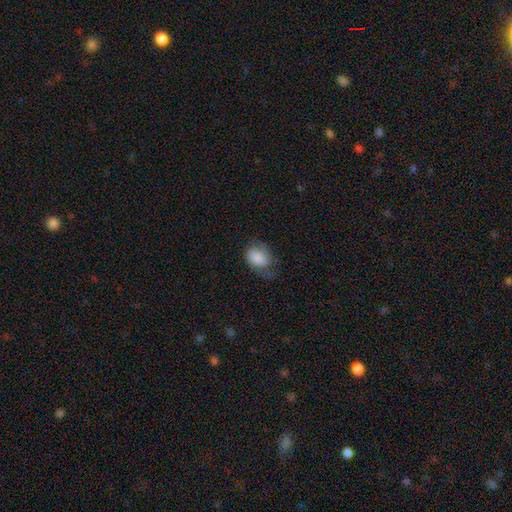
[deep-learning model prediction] Smooth or featured?
  - smooth: 72% *
  - featured or disk: 20%
  - star or artifact: 8%
How rounded?
  - in between: 70% *
  - round: 29%
  - cigar-shaped: 1%
Merging?
  - none: 45% *
  - minor disturbance: 33%
  - major disturbance: 21%
  - merger: 2%